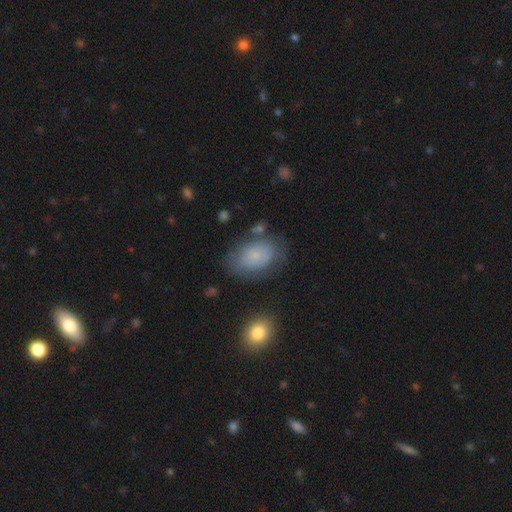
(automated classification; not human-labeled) This appears to be a smooth galaxy with no disk features (74%) that is in between round and cigar-shaped (84%). Merging: none (68%).